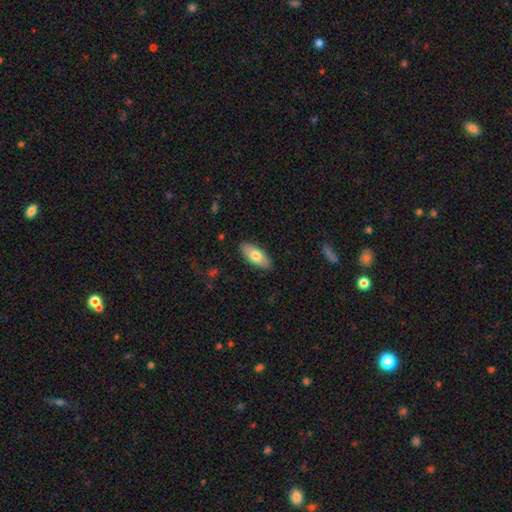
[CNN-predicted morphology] Smooth or featured: smooth — 74% (featured or disk — 20%)
How rounded: in between — 86% (cigar-shaped — 11%)
Merging: none — 88% (minor disturbance — 9%)